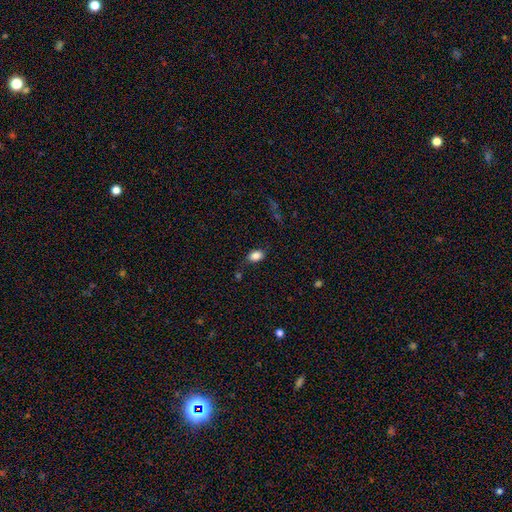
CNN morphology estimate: A smooth galaxy with no disk features (86%) that is in between round and cigar-shaped (83%).

Vote fractions:
- Smooth or featured? smooth: 86% / star or artifact: 9% / featured or disk: 5%
- How rounded? in between: 83% / round: 15% / cigar-shaped: 2%
- Merging? none: 77% / minor disturbance: 16% / major disturbance: 4% / merger: 3%